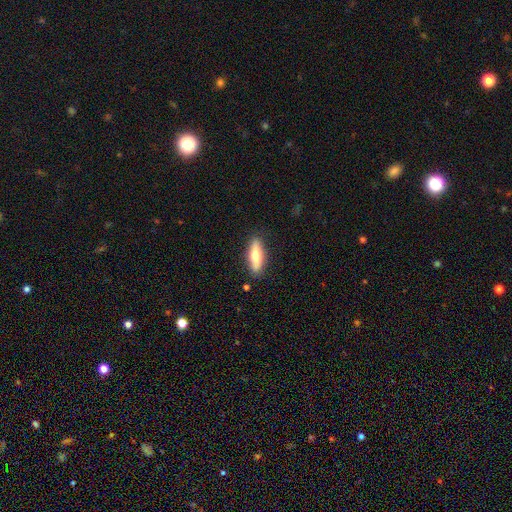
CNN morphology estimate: Smooth or featured? Predicted: smooth (p=0.67). How rounded? Predicted: cigar-shaped (p=0.55). Merging? Predicted: none (p=0.86).